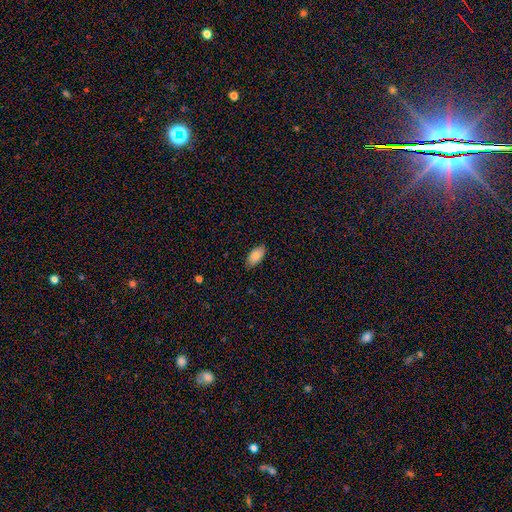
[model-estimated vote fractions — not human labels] smooth-or-featured: smooth: 87% | star or artifact: 7% | featured or disk: 6%
  how-rounded: in between: 94% | cigar-shaped: 3% | round: 2%
  merging: none: 83% | minor disturbance: 13% | major disturbance: 2% | merger: 1%